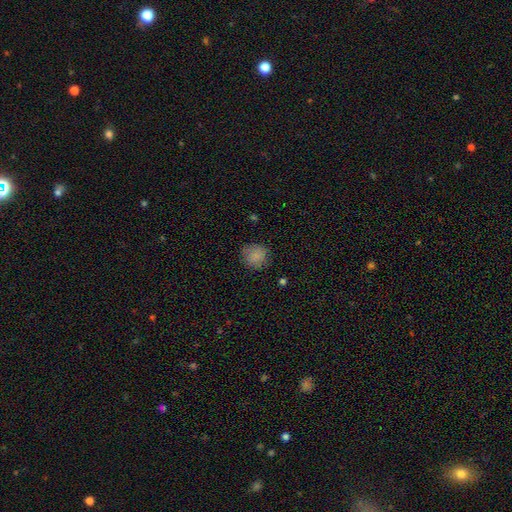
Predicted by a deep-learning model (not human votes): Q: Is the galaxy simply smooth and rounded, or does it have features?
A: smooth — 84%.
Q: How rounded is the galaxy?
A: round — 85%.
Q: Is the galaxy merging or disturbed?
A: none — 82%.